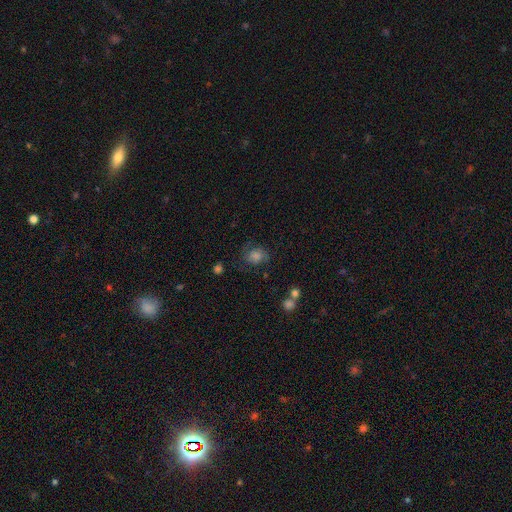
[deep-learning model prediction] Overall: smooth (49%; featured or disk 31%). Merging: none (67%).